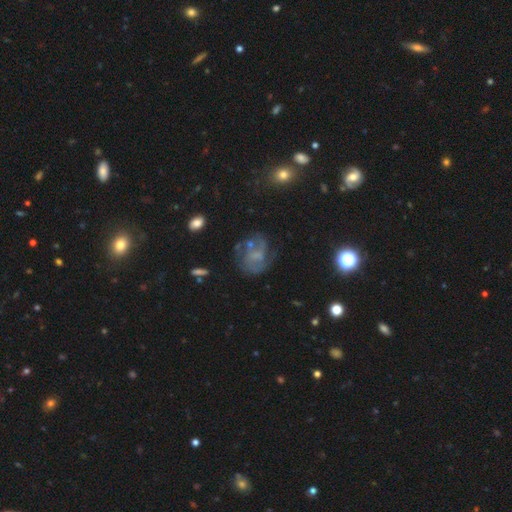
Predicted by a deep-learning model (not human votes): Overall: featured or disk (67%). Edge-on disk: no (98%). Bar: no (57%; weak 36%). Spiral arms: yes (79%). Spiral arm count: 2 (46%; can't tell 30%). Spiral winding: medium (46%; tight 29%). Bulge size: none (44%; small 30%). Merging: none (58%; minor disturbance 20%).